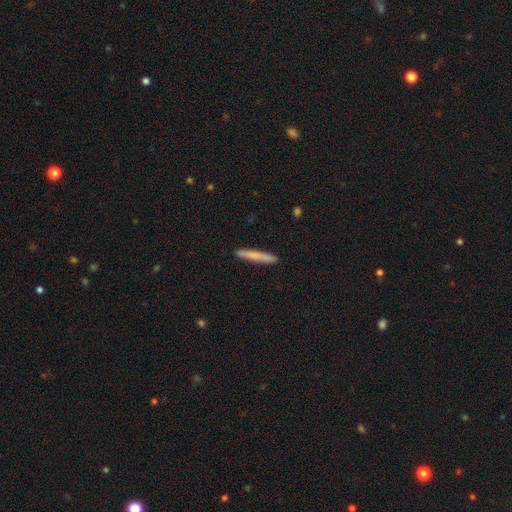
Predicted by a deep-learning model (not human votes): This is likely a smooth galaxy (74%). How rounded: clearly cigar-shaped (95%). Merging: clearly none (91%).